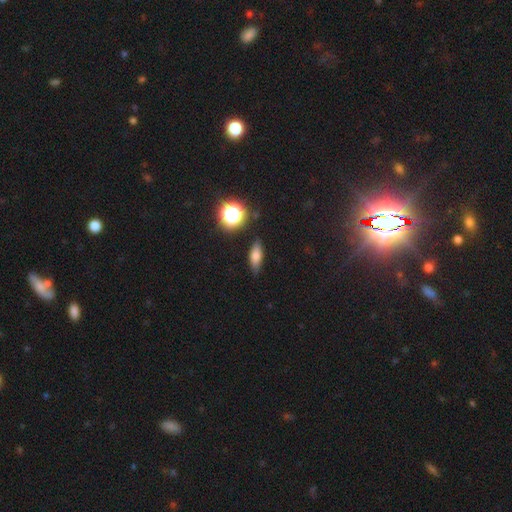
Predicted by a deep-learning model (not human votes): This is likely a smooth galaxy (70%). How rounded: likely in between (64%). Merging: clearly none (81%).